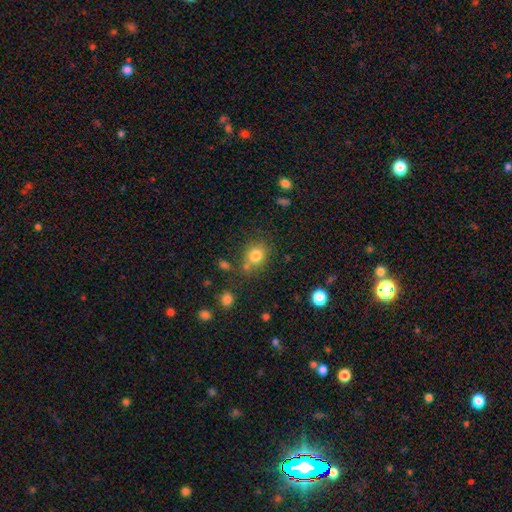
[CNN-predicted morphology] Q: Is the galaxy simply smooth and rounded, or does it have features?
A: smooth — 80%.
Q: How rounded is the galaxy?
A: round — 70%.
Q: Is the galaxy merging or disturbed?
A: none — 68%.